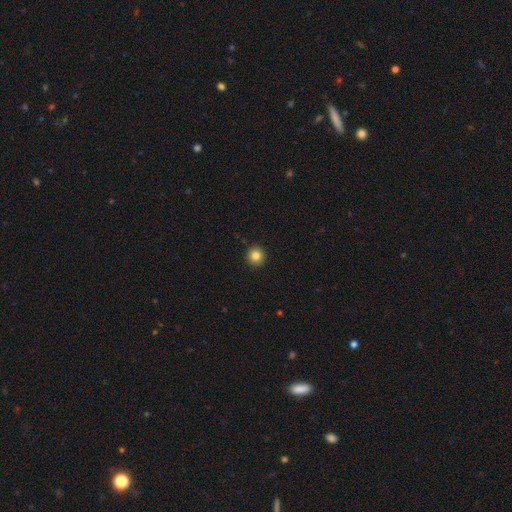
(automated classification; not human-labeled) This appears to be a smooth galaxy with no disk features (85%) that is round (95%). Merging: none (93%).